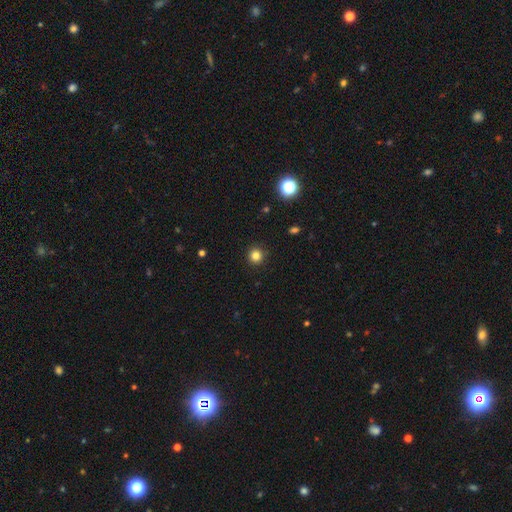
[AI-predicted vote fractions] Overall: smooth (82%). How rounded: round (94%). Merging: none (92%).